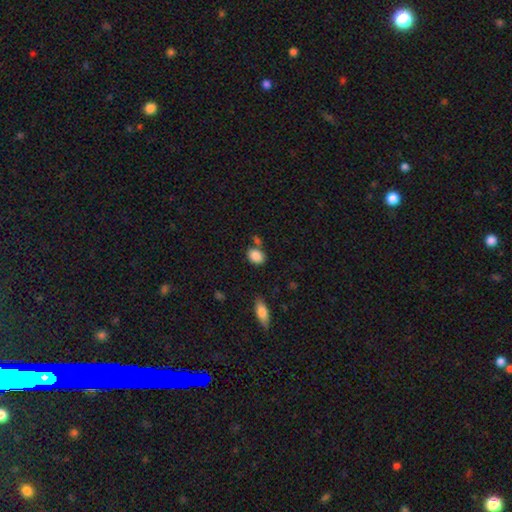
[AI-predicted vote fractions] smooth-or-featured: smooth: 87% | star or artifact: 8% | featured or disk: 5%
  how-rounded: in between: 71% | round: 28% | cigar-shaped: 2%
  merging: none: 64% | minor disturbance: 16% | merger: 15% | major disturbance: 5%